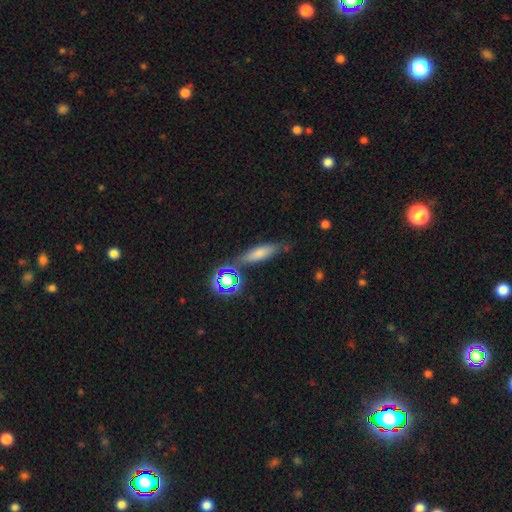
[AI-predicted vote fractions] Smooth or featured? Predicted: smooth (p=0.54). How rounded? Predicted: cigar-shaped (p=0.59). Merging? Predicted: none (p=0.71).